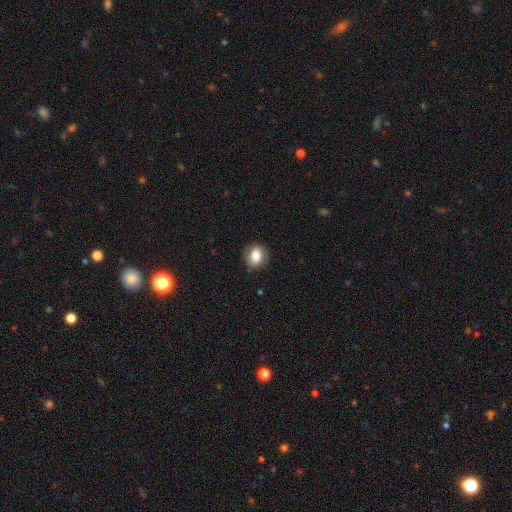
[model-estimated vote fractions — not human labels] Smooth or featured? Predicted: smooth (p=0.81). How rounded? Predicted: round (p=0.62). Merging? Predicted: none (p=0.87).